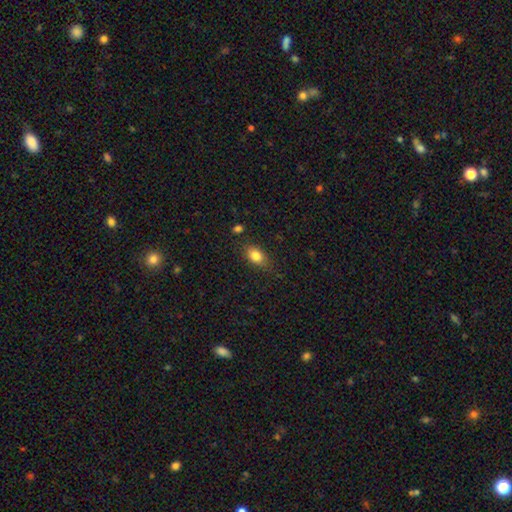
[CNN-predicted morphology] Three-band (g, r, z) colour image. It shows a smooth galaxy with no disk features (82%) that is in between round and cigar-shaped (81%). Merging: none (79%).